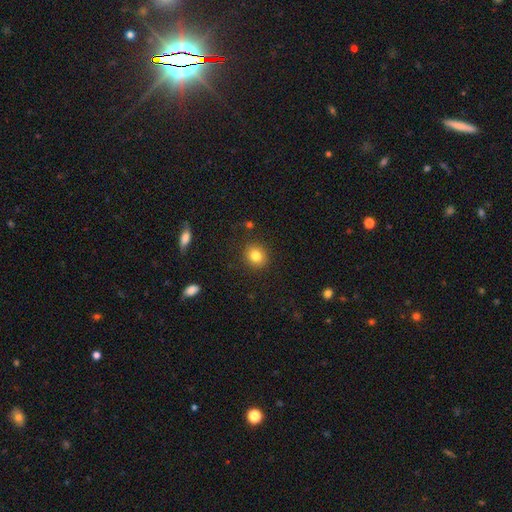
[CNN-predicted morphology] Overall: smooth (82%). How rounded: round (82%). Merging: none (89%).